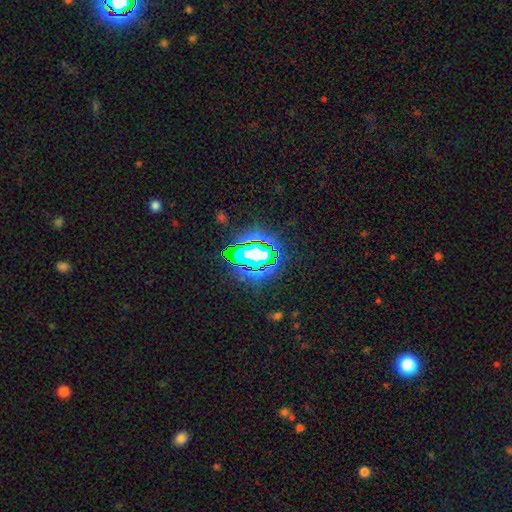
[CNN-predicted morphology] This is likely a star or artifact rather than a galaxy (67%).